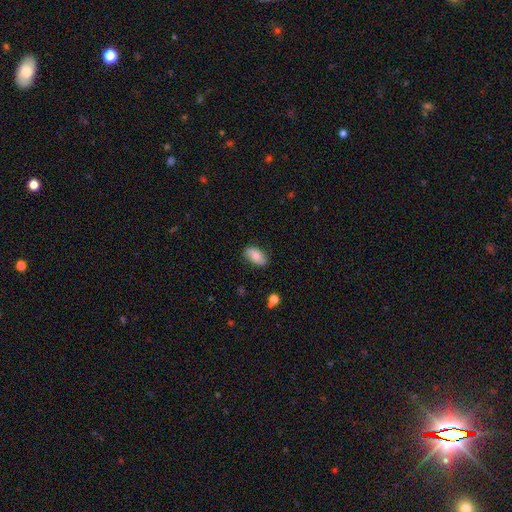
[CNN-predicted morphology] Q: Smooth or featured?
A: smooth (78%); runner-up: featured or disk (15%)
Q: How rounded?
A: in between (93%); runner-up: round (4%)
Q: Merging?
A: none (85%); runner-up: minor disturbance (12%)